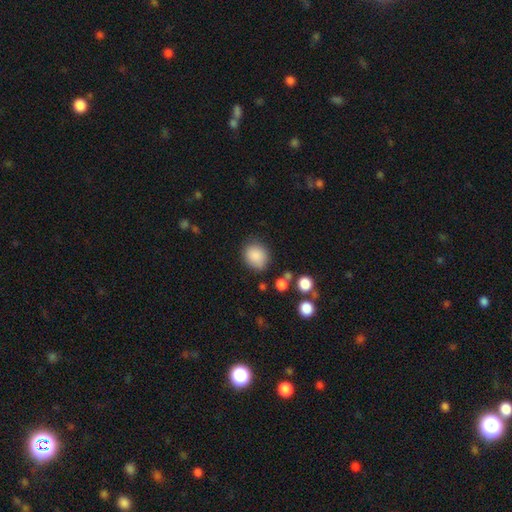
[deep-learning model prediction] This is clearly a smooth galaxy (87%). How rounded: likely round (69%). Merging: likely none (79%).